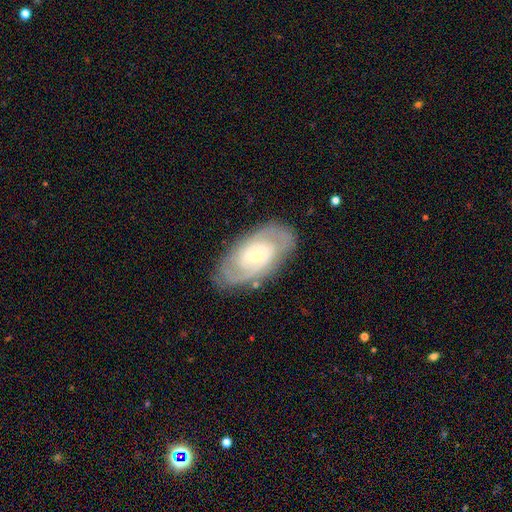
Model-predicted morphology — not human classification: A featured or disk galaxy (81%) with a weak bar (47%), 2 (65%) tight (56%) spiral arms (93%) and a small central bulge (67%).

Vote fractions:
- Smooth or featured? featured or disk: 81% / smooth: 13% / star or artifact: 6%
- Edge-on disk? no: 95% / yes: 5%
- Bar? weak: 47% / no: 36% / strong: 16%
- Spiral arms? yes: 93% / no: 7%
- Spiral winding? tight: 56% / medium: 36% / loose: 8%
- Spiral arm count? 2: 65% / can't tell: 19% / 3: 9% / 4: 3% / 1: 3% / more than 4: 2%
- Bulge size? small: 67% / moderate: 27% / large: 2% / none: 2% / dominant: 1%
- Merging? none: 81% / minor disturbance: 13% / major disturbance: 4% / merger: 1%